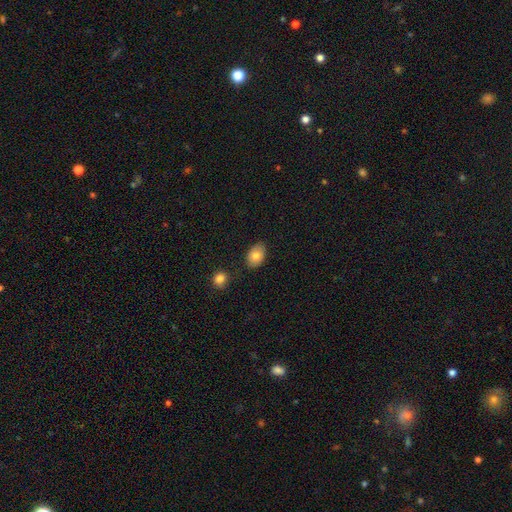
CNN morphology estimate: The model was most divided on "merging": none: 81%, minor disturbance: 13%, merger: 4%, major disturbance: 3%. More confident: how rounded — in between (85%); smooth or featured — smooth (80%).